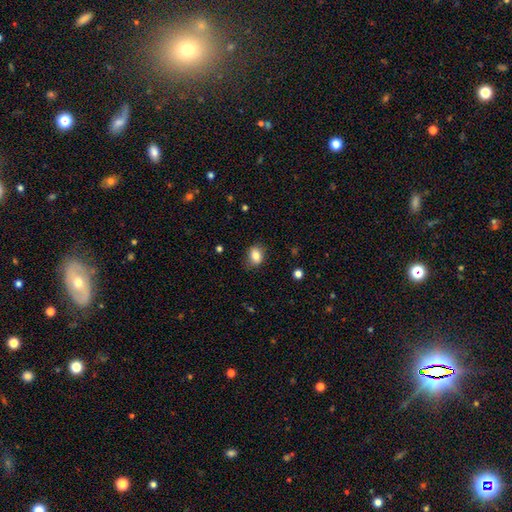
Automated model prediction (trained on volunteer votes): Smooth or featured? Predicted: smooth (p=0.83). How rounded? Predicted: in between (p=0.66). Merging? Predicted: none (p=0.79).